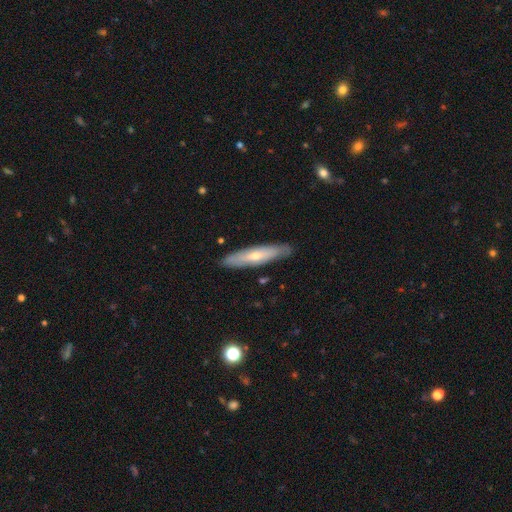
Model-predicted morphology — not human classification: A featured or disk galaxy (48%). Merging: none (87%).